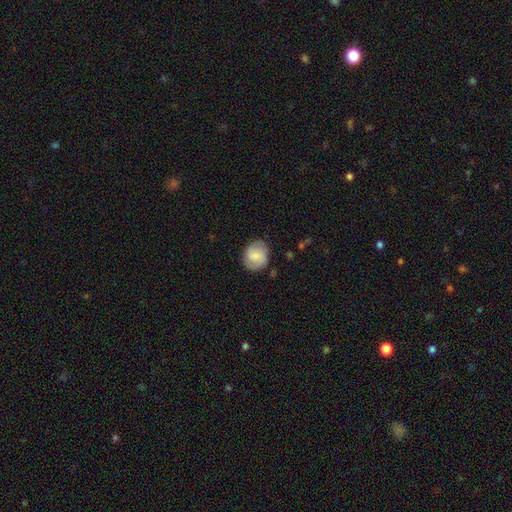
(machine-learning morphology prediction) This appears to be a smooth galaxy with no disk features (65%) that is round (75%). Merging: none (81%).